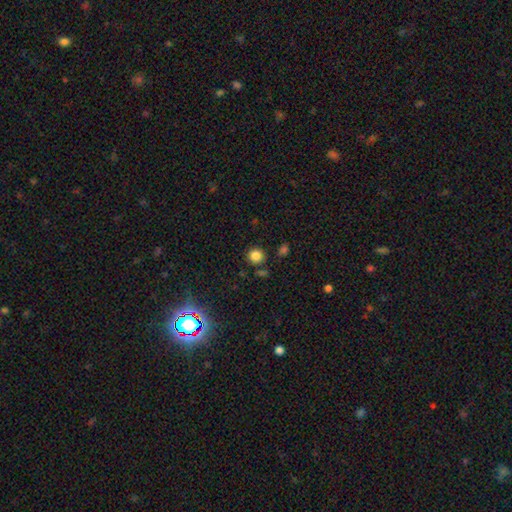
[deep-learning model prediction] This is clearly a smooth galaxy (83%). How rounded: clearly round (89%). Merging: clearly none (85%).